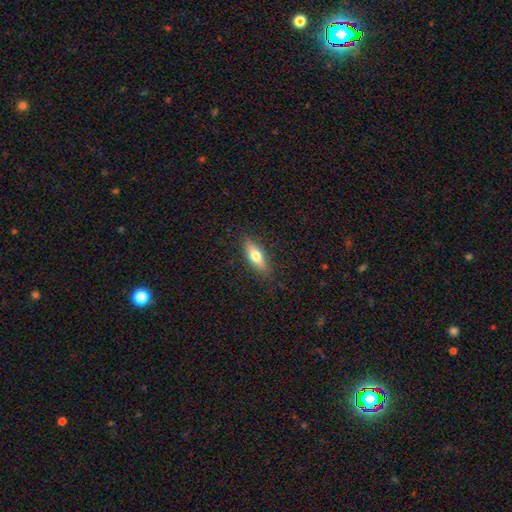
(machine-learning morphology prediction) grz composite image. It shows a smooth galaxy with no disk features (70%) that is in between round and cigar-shaped (61%). Merging: none (86%).